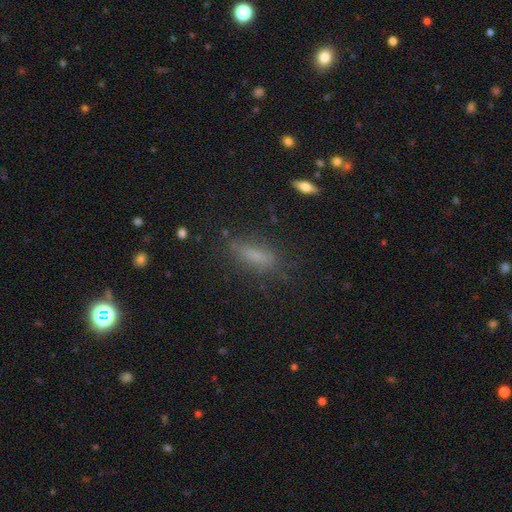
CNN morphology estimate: This is likely a smooth galaxy (68%). How rounded: possibly in between (50%). Merging: likely none (75%).